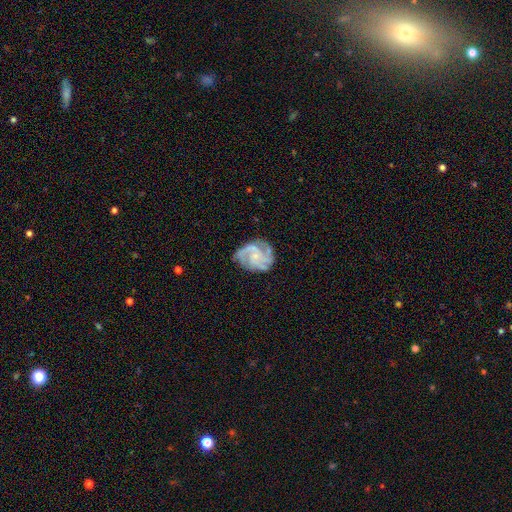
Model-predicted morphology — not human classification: Overall: featured or disk (89%). Edge-on disk: no (98%). Bar: no (67%; weak 28%). Spiral arms: yes (98%). Spiral arm count: 3 (49%; 4 17%). Spiral winding: tight (48%; medium 44%). Bulge size: small (68%). Merging: none (74%).